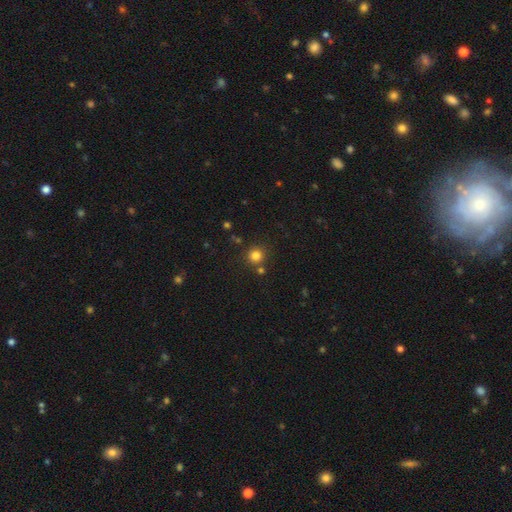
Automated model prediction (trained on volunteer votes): This is clearly a smooth galaxy (81%). How rounded: clearly round (93%). Merging: clearly none (81%).